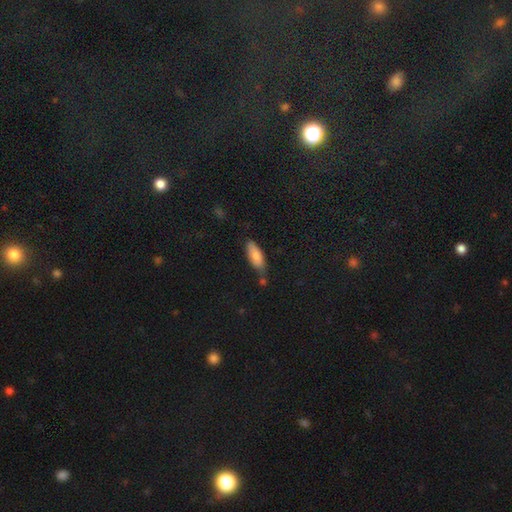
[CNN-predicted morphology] Overall: smooth (84%). How rounded: in between (71%). Merging: none (60%; minor disturbance 25%).